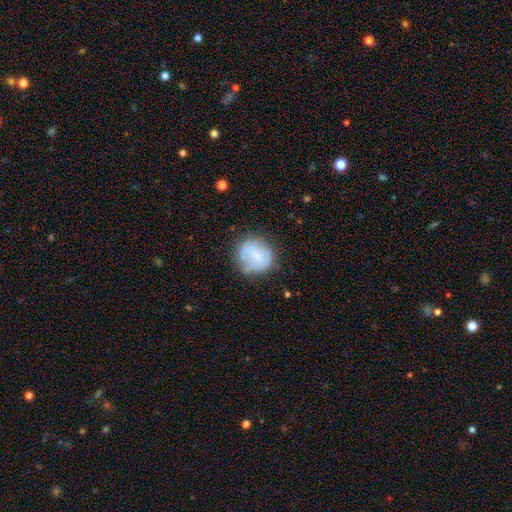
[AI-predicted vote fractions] This is possibly a smooth galaxy (55%). How rounded: clearly round (85%). Merging: likely none (67%).